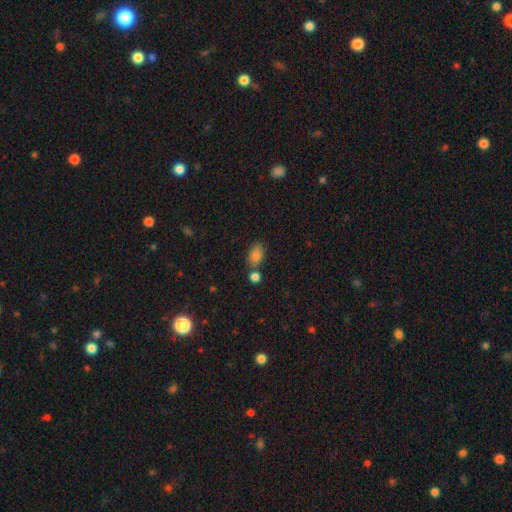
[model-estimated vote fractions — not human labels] smooth-or-featured: smooth: 83% | star or artifact: 10% | featured or disk: 7%
  how-rounded: in between: 87% | round: 11% | cigar-shaped: 2%
  merging: none: 63% | merger: 18% | minor disturbance: 14% | major disturbance: 4%